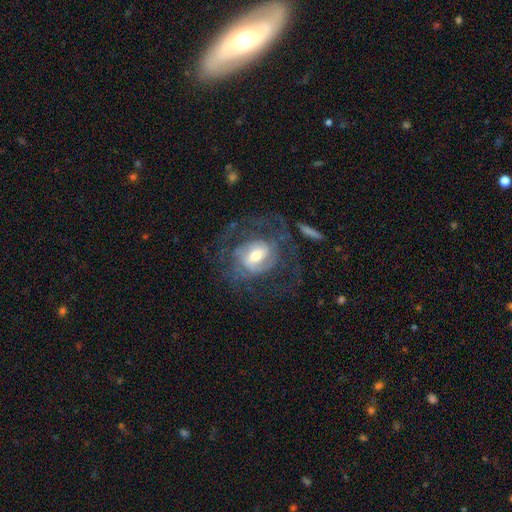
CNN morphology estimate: Overall: featured or disk (83%). Edge-on disk: no (96%). Bar: weak (47%; no 30%). Spiral arms: yes (91%). Spiral arm count: 2 (41%; can't tell 27%). Spiral winding: tight (41%, tied with medium). Bulge size: moderate (60%; small 27%). Merging: none (57%; major disturbance 26%).